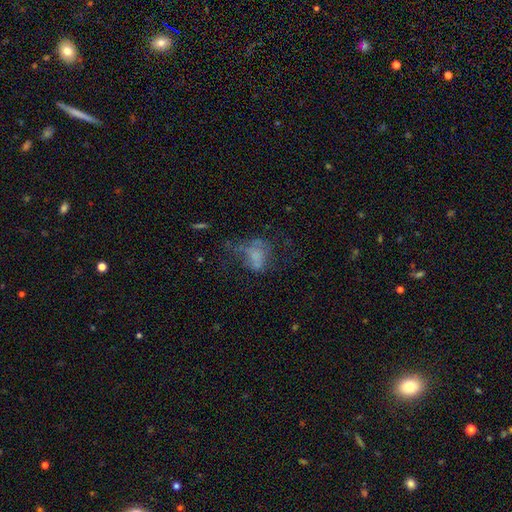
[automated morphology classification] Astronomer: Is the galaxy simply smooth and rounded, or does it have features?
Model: smooth — 45% (runner-up: featured or disk, 39%).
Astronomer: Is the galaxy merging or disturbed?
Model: major disturbance — 45% (runner-up: none, 29%).